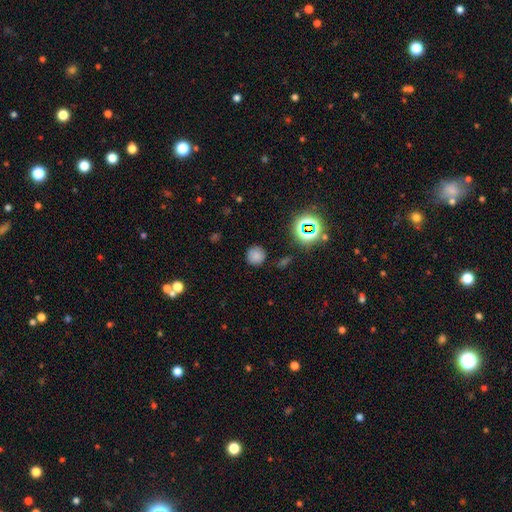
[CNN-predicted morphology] A smooth galaxy with no disk features (74%) that is round (93%). Merging: none (85%).